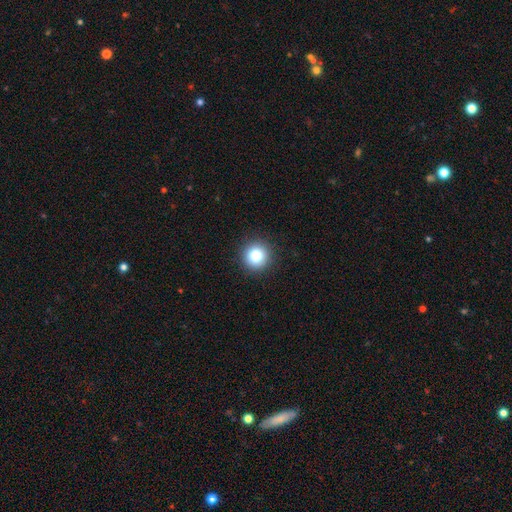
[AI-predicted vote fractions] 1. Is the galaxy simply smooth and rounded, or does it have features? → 85% smooth, 10% star or artifact, 5% featured or disk.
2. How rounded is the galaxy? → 95% round, 4% in between, 1% cigar-shaped.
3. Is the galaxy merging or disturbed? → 92% none, 6% minor disturbance, 2% major disturbance, 1% merger.